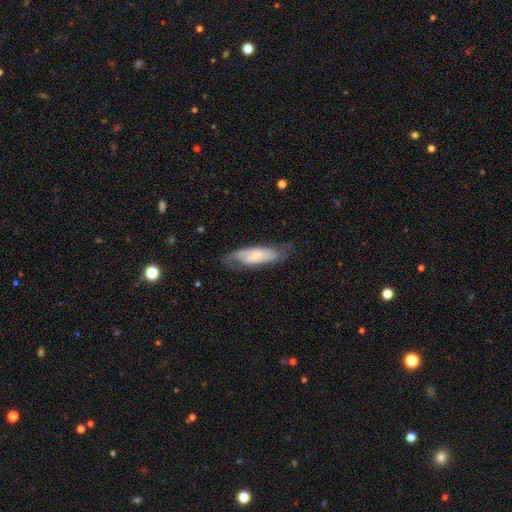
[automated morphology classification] Smooth or featured? Predicted: featured or disk (p=0.55). Edge-on disk? Predicted: no (p=0.78). Merging? Predicted: none (p=0.62).